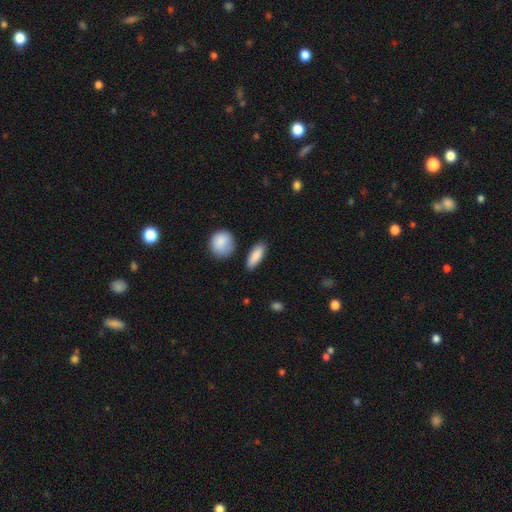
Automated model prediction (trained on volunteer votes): A smooth galaxy with no disk features (86%) that is in between round and cigar-shaped (63%).

Vote fractions:
- Smooth or featured? smooth: 86% / featured or disk: 8% / star or artifact: 6%
- How rounded? in between: 63% / cigar-shaped: 33% / round: 3%
- Merging? none: 83% / minor disturbance: 11% / merger: 3% / major disturbance: 3%